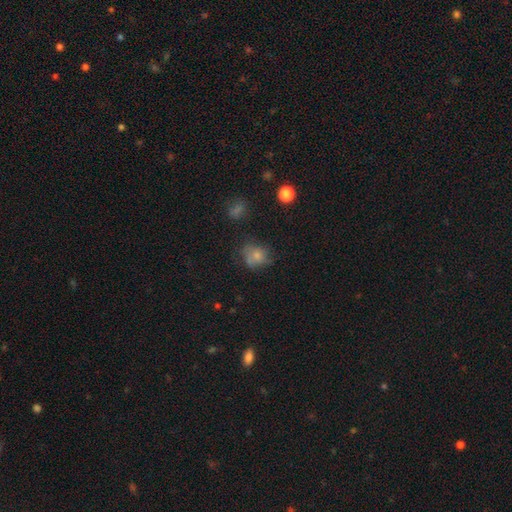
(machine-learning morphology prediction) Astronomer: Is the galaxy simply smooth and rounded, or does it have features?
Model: smooth — 68%.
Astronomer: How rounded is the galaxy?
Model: round — 64%.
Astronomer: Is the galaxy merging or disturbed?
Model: none — 51%.